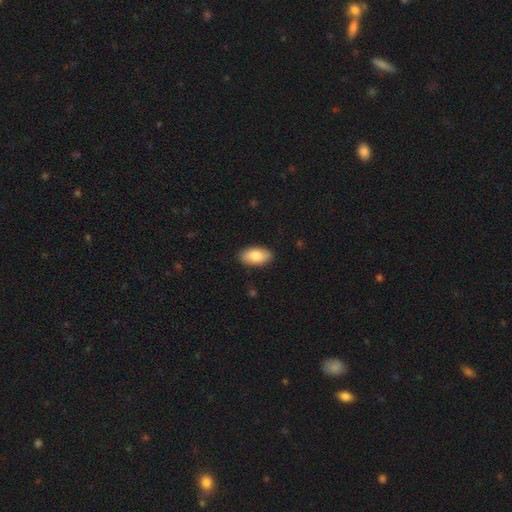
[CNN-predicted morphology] A smooth galaxy with no disk features (84%) that is in between round and cigar-shaped (94%).

Vote fractions:
- Smooth or featured? smooth: 84% / featured or disk: 10% / star or artifact: 6%
- How rounded? in between: 94% / round: 3% / cigar-shaped: 3%
- Merging? none: 88% / minor disturbance: 9% / major disturbance: 2% / merger: 1%